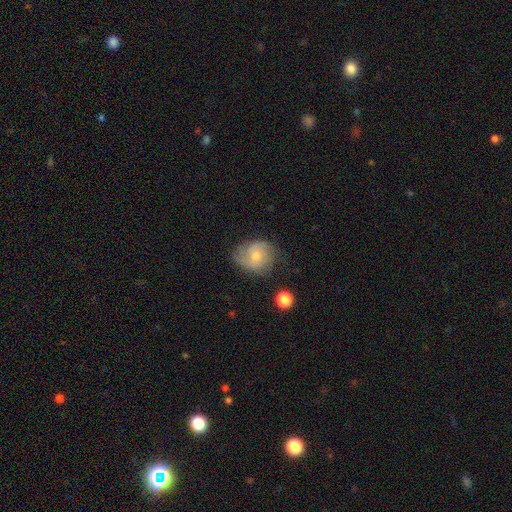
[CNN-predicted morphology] Smooth or featured: featured or disk — 53% (smooth — 39%)
Edge-on disk: no — 97% (yes — 3%)
Bar: no — 71% (weak — 26%)
Spiral arms: yes — 86% (no — 14%)
Bulge size: moderate — 47% (tied with small — 47%)
Merging: none — 60% (minor disturbance — 27%)